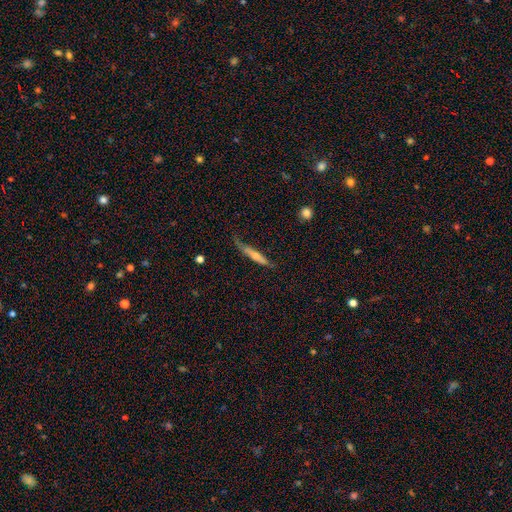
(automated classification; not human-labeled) Overall: smooth (56%; featured or disk 37%). How rounded: cigar-shaped (91%). Merging: none (52%; minor disturbance 31%).